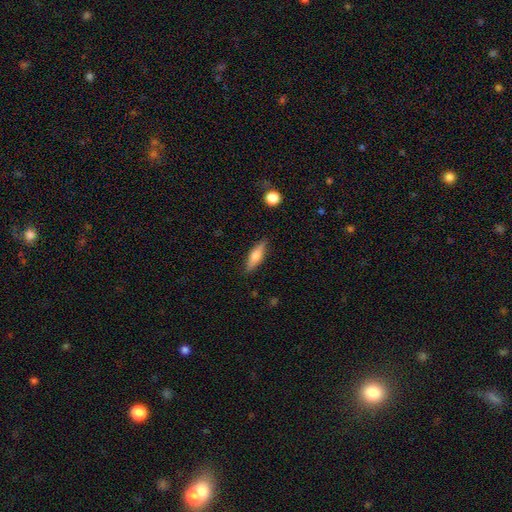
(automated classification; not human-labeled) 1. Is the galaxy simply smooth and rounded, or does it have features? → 61% smooth, 33% featured or disk, 6% star or artifact.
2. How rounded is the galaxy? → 53% cigar-shaped, 44% in between, 3% round.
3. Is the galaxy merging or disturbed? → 86% none, 10% minor disturbance, 2% major disturbance, 1% merger.